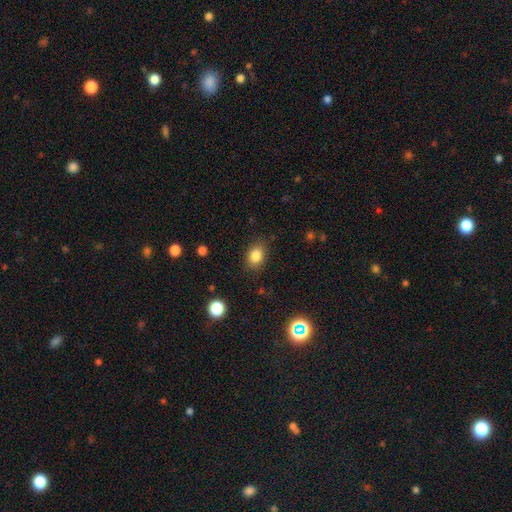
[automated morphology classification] Smooth or featured?
  - smooth: 84% *
  - star or artifact: 10%
  - featured or disk: 6%
How rounded?
  - in between: 65% *
  - round: 34%
  - cigar-shaped: 1%
Merging?
  - none: 83% *
  - minor disturbance: 13%
  - major disturbance: 4%
  - merger: 1%